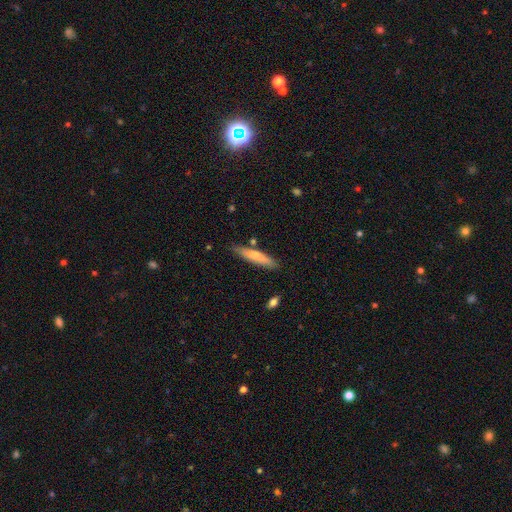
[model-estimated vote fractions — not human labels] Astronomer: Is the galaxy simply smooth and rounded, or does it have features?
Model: smooth — 69%.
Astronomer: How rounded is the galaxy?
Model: cigar-shaped — 87%.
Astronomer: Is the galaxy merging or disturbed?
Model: none — 81%.